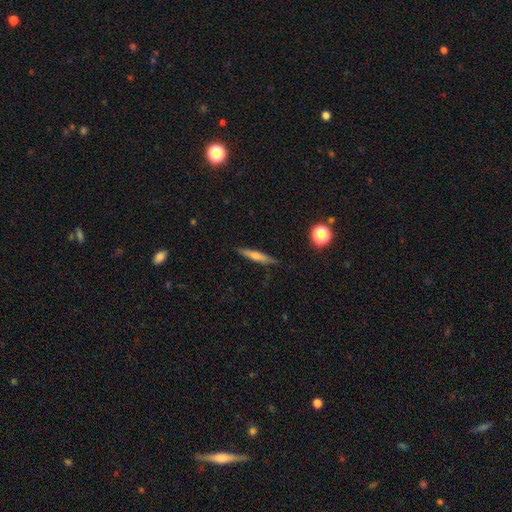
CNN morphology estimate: The model was most divided on "smooth or featured": featured or disk: 47%, smooth: 44%, star or artifact: 8%. More confident: merging — none (88%).